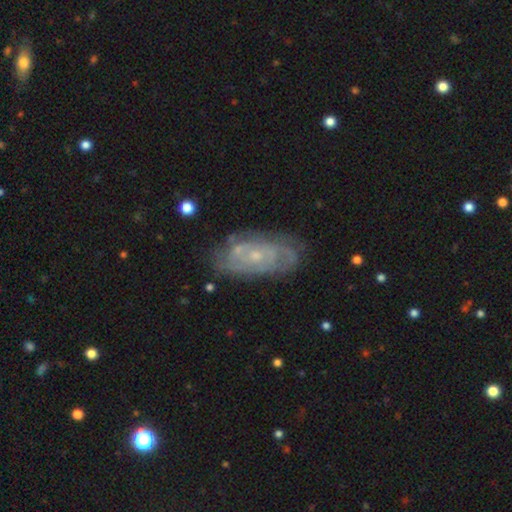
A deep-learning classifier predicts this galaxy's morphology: Smooth or featured? featured or disk (79%)
Edge-on disk? no (94%)
Bar? no (76%)
Spiral arms? yes (87%)
Spiral winding? tight (65%)
Spiral arm count? can't tell (48%)
Bulge size? small (73%)
Merging? none (71%)